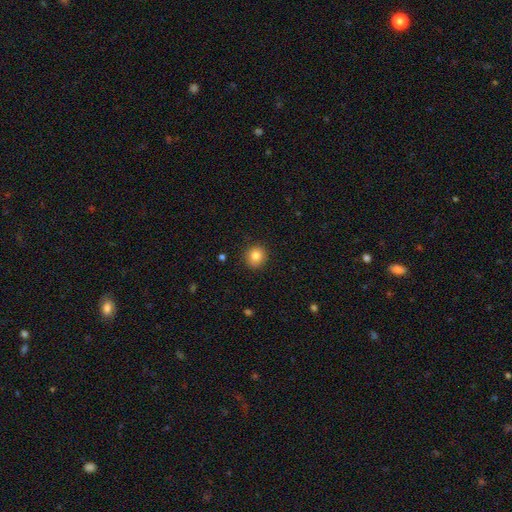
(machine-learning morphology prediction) Overall: smooth (83%). How rounded: round (87%). Merging: none (89%).